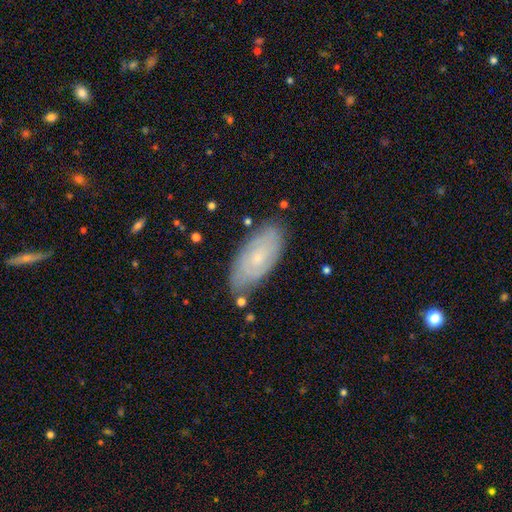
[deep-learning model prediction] Q: Smooth or featured?
A: smooth (46%); runner-up: featured or disk (39%)
Q: Merging?
A: none (82%); runner-up: minor disturbance (13%)